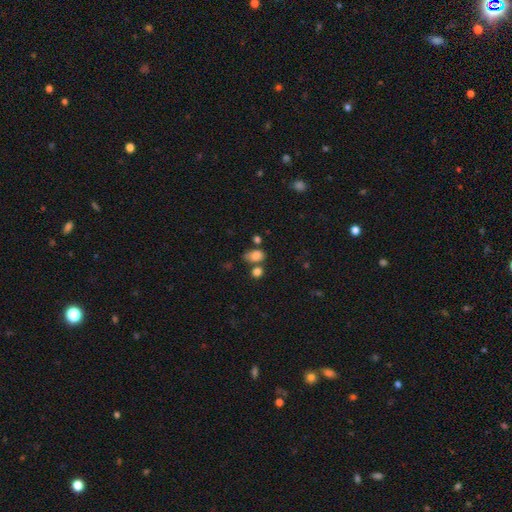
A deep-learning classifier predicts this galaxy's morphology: Smooth or featured? smooth (81%)
How rounded? in between (78%)
Merging? none (49%)